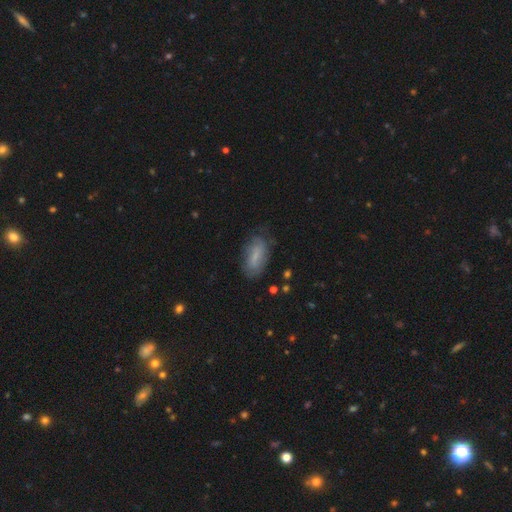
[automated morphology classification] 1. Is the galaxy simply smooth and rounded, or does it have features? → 61% smooth, 30% featured or disk, 8% star or artifact.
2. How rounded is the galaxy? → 86% in between, 11% cigar-shaped, 3% round.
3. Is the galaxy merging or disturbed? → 69% none, 22% minor disturbance, 7% major disturbance, 2% merger.